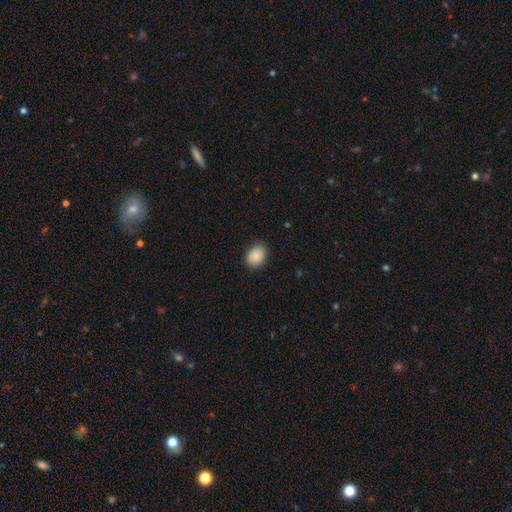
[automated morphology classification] Q: Smooth or featured?
A: smooth (89%); runner-up: star or artifact (7%)
Q: How rounded?
A: in between (58%); runner-up: round (41%)
Q: Merging?
A: none (86%); runner-up: minor disturbance (11%)